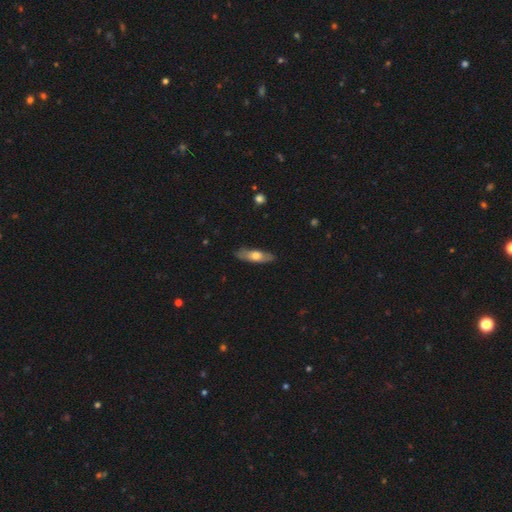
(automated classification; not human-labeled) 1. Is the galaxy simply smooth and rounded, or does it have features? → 57% smooth, 37% featured or disk, 5% star or artifact.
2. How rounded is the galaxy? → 51% cigar-shaped, 46% in between, 3% round.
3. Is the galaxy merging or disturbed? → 85% none, 12% minor disturbance, 2% major disturbance, 1% merger.